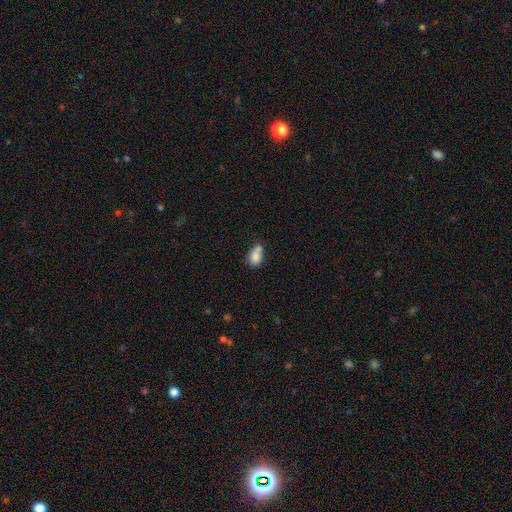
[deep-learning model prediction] Smooth or featured?
  - smooth: 78% *
  - featured or disk: 12%
  - star or artifact: 9%
How rounded?
  - in between: 76% *
  - round: 22%
  - cigar-shaped: 2%
Merging?
  - merger: 45% *
  - none: 31%
  - minor disturbance: 17%
  - major disturbance: 7%